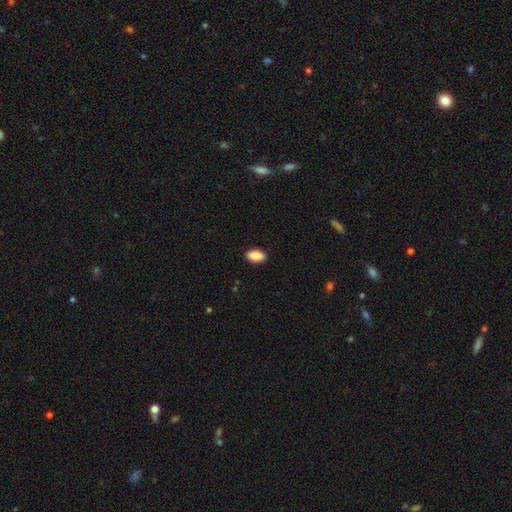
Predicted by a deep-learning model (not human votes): Q: Smooth or featured?
A: smooth (89%); runner-up: star or artifact (7%)
Q: How rounded?
A: in between (94%); runner-up: round (4%)
Q: Merging?
A: none (89%); runner-up: minor disturbance (8%)